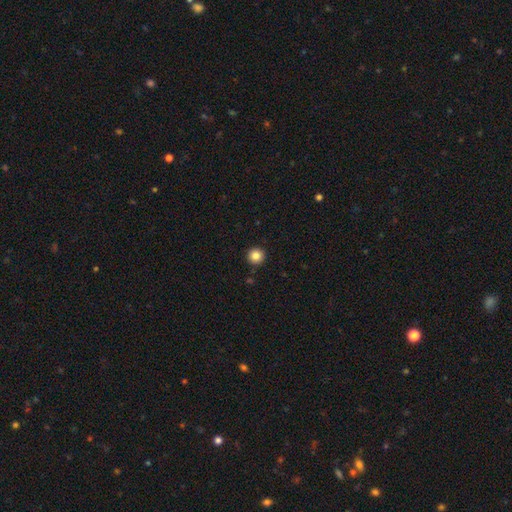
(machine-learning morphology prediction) A smooth galaxy with no disk features (85%) that is round (96%).

Vote fractions:
- Smooth or featured? smooth: 85% / star or artifact: 10% / featured or disk: 5%
- How rounded? round: 96% / in between: 3% / cigar-shaped: 1%
- Merging? none: 92% / minor disturbance: 5% / major disturbance: 2% / merger: 1%